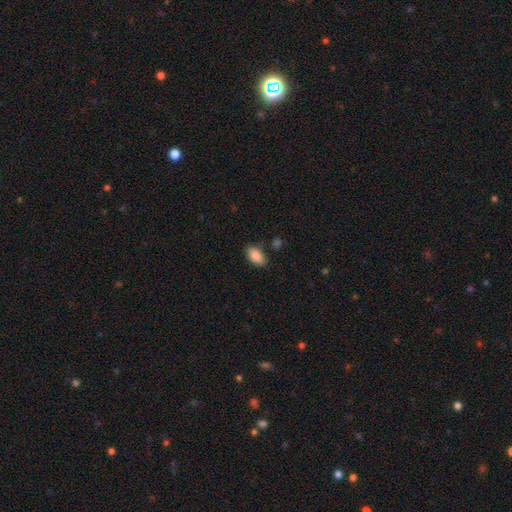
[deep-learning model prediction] smooth 88%, star or artifact 7%, featured or disk 5%. Down the decision tree: how rounded — in between (93%); merging — none (79%).